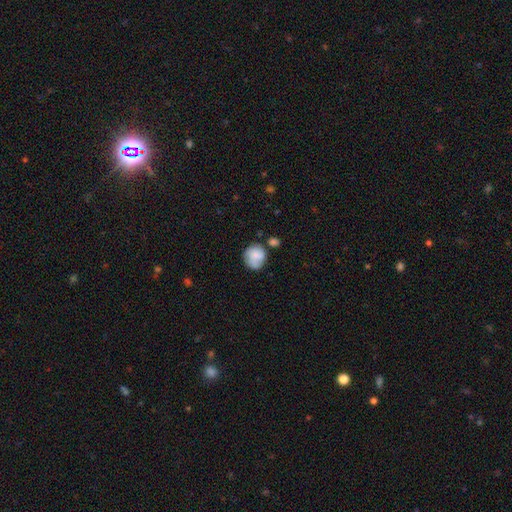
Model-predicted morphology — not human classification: This appears to be a smooth galaxy with no disk features (70%) that is round (80%). Merging: none (57%).